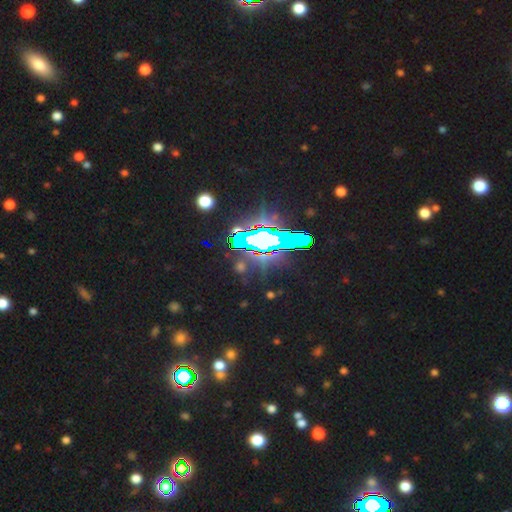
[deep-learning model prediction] Morphology: type=star or artifact (75%).